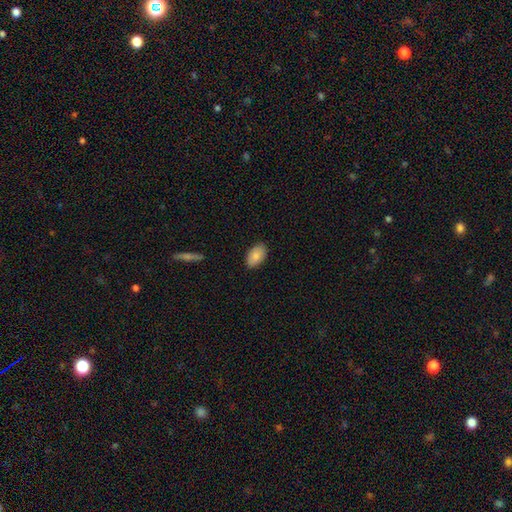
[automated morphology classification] Smooth or featured?
  - smooth: 87% *
  - featured or disk: 6%
  - star or artifact: 6%
How rounded?
  - in between: 94% *
  - round: 4%
  - cigar-shaped: 1%
Merging?
  - none: 88% *
  - minor disturbance: 9%
  - major disturbance: 2%
  - merger: 1%